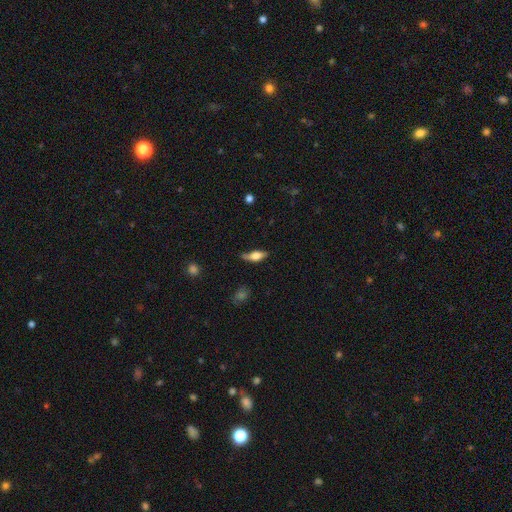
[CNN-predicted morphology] Smooth or featured?
  - smooth: 65% *
  - featured or disk: 28%
  - star or artifact: 7%
How rounded?
  - in between: 68% *
  - cigar-shaped: 28%
  - round: 4%
Merging?
  - none: 60% *
  - minor disturbance: 29%
  - major disturbance: 8%
  - merger: 3%